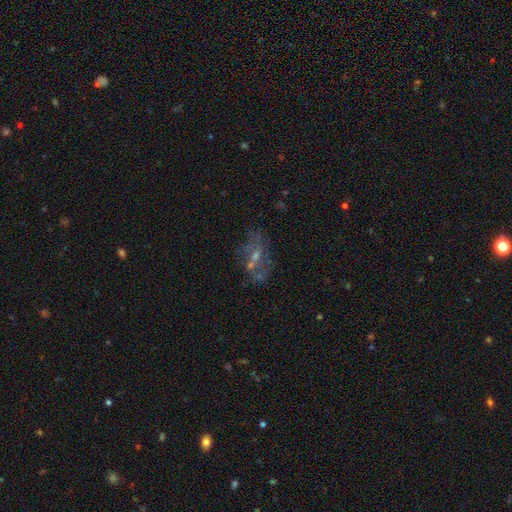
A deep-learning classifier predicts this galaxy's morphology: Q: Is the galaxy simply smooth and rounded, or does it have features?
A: featured or disk — 54%.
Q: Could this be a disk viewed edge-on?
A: no — 91%.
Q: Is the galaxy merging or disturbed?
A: none — 52%.